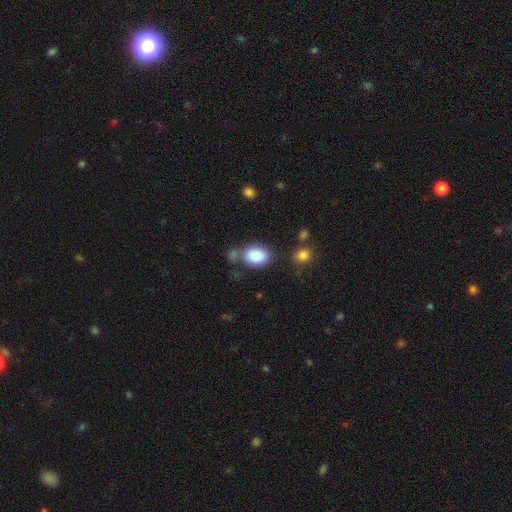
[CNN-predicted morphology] A smooth galaxy with no disk features (87%) that is in between round and cigar-shaped (79%).

Vote fractions:
- Smooth or featured? smooth: 87% / star or artifact: 8% / featured or disk: 5%
- How rounded? in between: 79% / round: 20% / cigar-shaped: 1%
- Merging? none: 62% / minor disturbance: 17% / merger: 15% / major disturbance: 7%